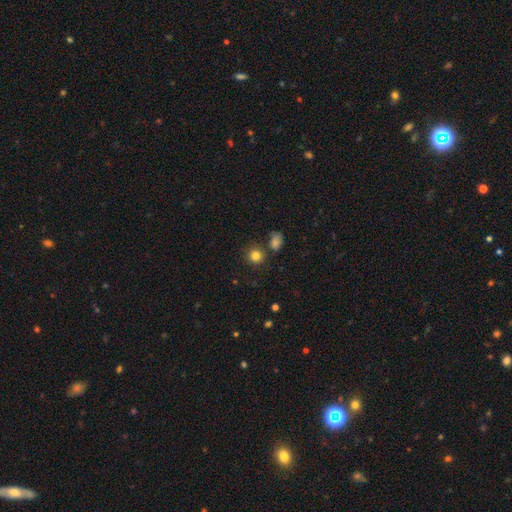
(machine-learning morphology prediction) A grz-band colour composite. It shows a smooth galaxy with no disk features (82%) that is round (89%). Merging: none (77%).